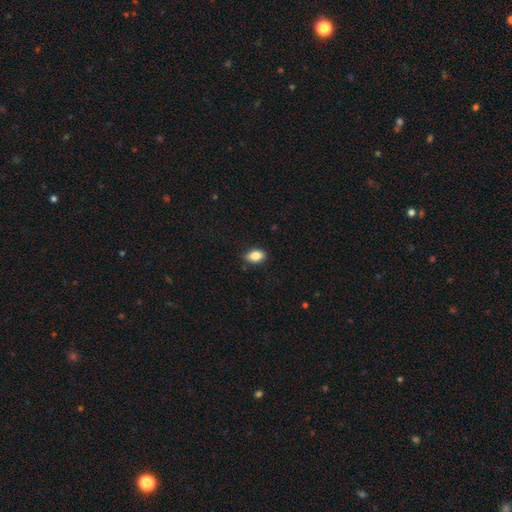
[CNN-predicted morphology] Overall: smooth (82%). How rounded: in between (85%). Merging: none (80%).